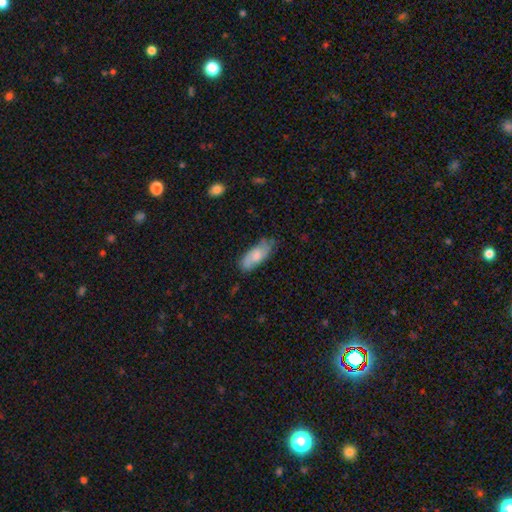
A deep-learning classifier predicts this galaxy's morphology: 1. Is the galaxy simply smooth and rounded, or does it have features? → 58% smooth, 36% featured or disk, 7% star or artifact.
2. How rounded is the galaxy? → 78% in between, 19% cigar-shaped, 3% round.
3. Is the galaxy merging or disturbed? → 67% none, 26% minor disturbance, 5% major disturbance, 2% merger.